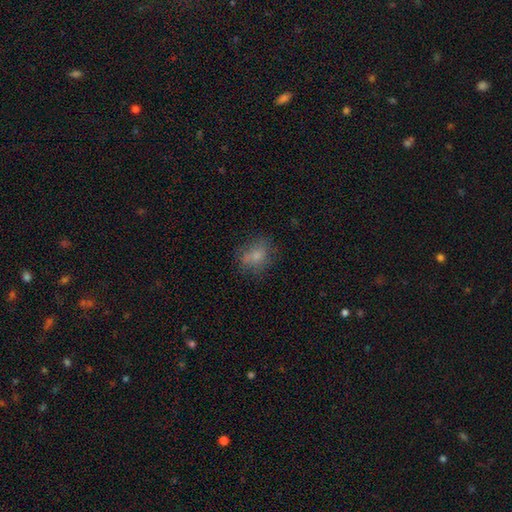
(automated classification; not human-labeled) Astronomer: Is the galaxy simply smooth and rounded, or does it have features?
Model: smooth — 70%.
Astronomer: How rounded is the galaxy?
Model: in between — 51% (runner-up: round, 47%).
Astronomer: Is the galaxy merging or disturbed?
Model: none — 61%.